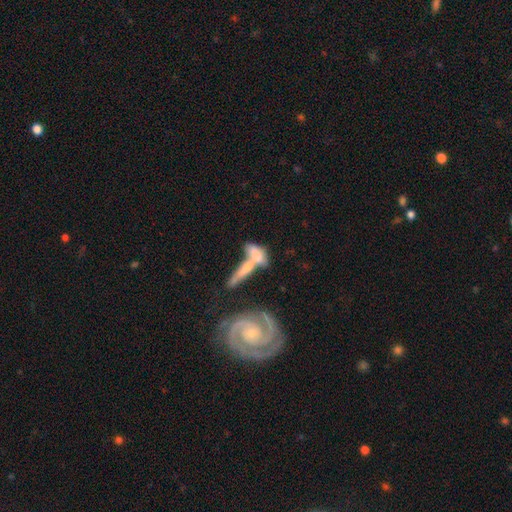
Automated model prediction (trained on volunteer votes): This appears to be a smooth galaxy with no disk features (63%) that is in between round and cigar-shaped (63%). Merging: merger (65%).